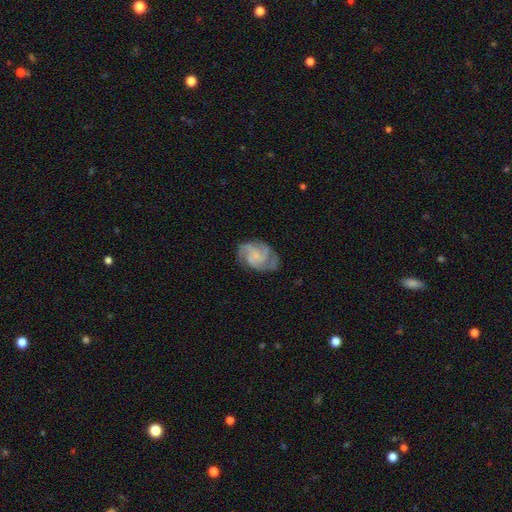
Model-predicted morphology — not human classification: smooth_or_featured: featured or disk (p=0.83) [alt: smooth p=0.11]
disk_edge_on: no (p=0.98) [alt: yes p=0.02]
bar: no (p=0.69) [alt: weak p=0.27]
has_spiral_arms: yes (p=0.97) [alt: no p=0.03]
spiral_winding: medium (p=0.48) [alt: tight p=0.41]
spiral_arm_count: 3 (p=0.51) [alt: 2 p=0.16]
bulge_size: small (p=0.56) [alt: none p=0.26]
merging: none (p=0.72) [alt: minor disturbance p=0.18]